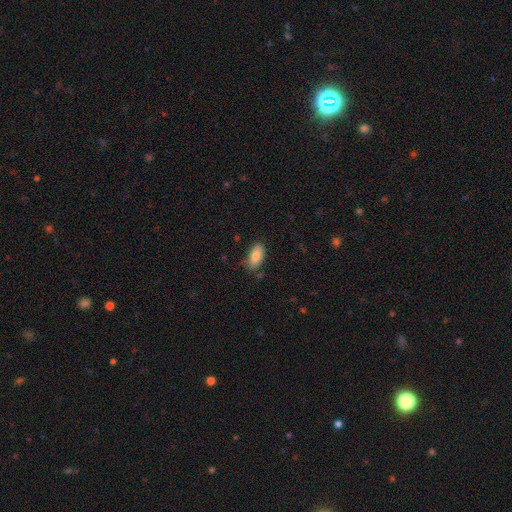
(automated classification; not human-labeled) smooth-or-featured: smooth: 83% | featured or disk: 10% | star or artifact: 7%
  how-rounded: in between: 92% | cigar-shaped: 5% | round: 3%
  merging: none: 78% | minor disturbance: 17% | major disturbance: 3% | merger: 2%